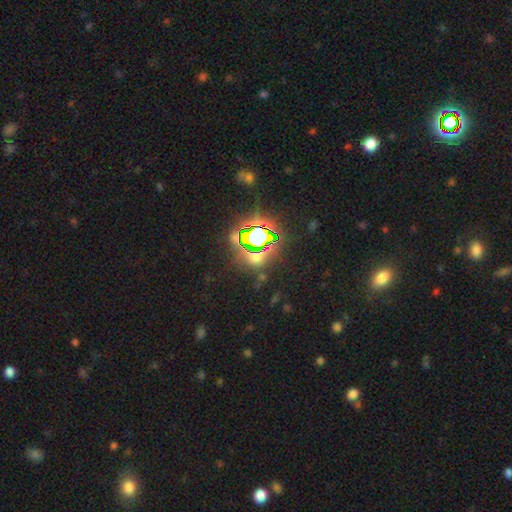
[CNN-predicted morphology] star or artifact 71%, smooth 20%, featured or disk 9%.